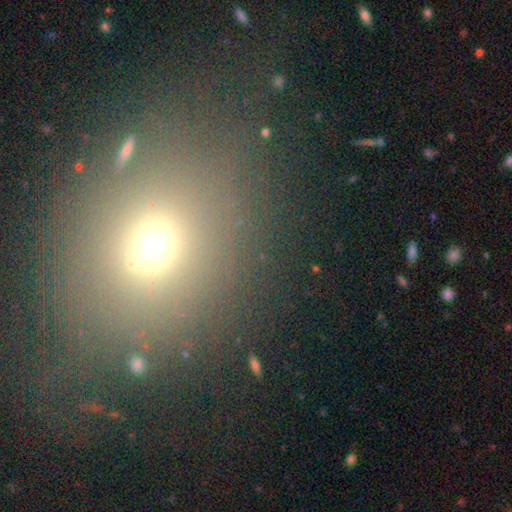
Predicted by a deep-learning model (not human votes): Morphology: type=smooth (52%); roundness=round (67%); merging=none (80%).